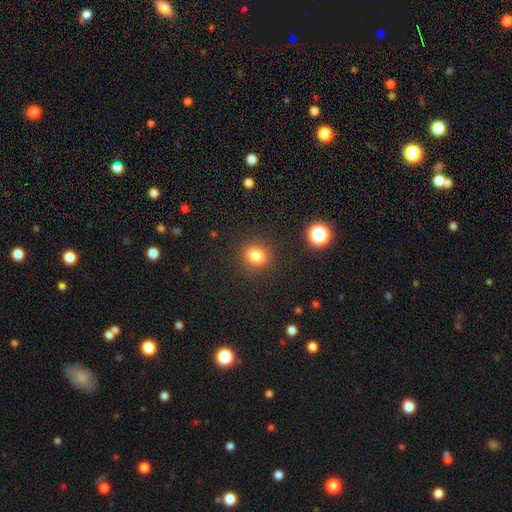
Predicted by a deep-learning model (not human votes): Smooth or featured?
  - smooth: 81% *
  - star or artifact: 14%
  - featured or disk: 6%
How rounded?
  - round: 76% *
  - in between: 23%
  - cigar-shaped: 1%
Merging?
  - none: 88% *
  - minor disturbance: 7%
  - major disturbance: 3%
  - merger: 1%